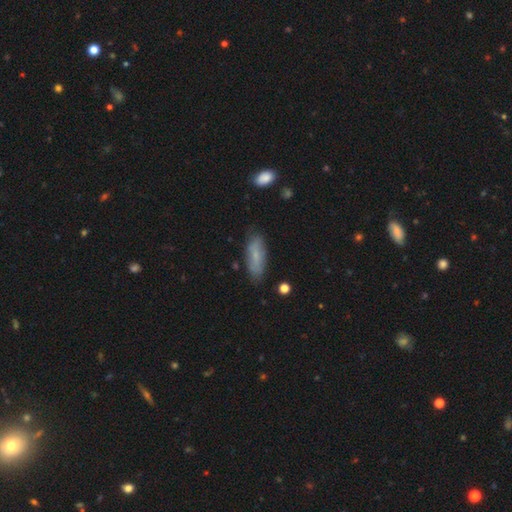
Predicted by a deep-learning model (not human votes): The model was most divided on "how rounded": in between: 61%, cigar-shaped: 37%, round: 2%. More confident: merging — none (78%); smooth or featured — smooth (66%).